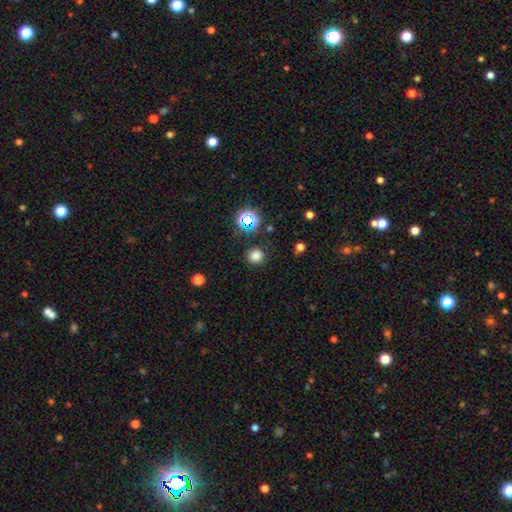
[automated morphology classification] Smooth or featured? Predicted: smooth (p=0.76). How rounded? Predicted: round (p=0.91). Merging? Predicted: none (p=0.88).